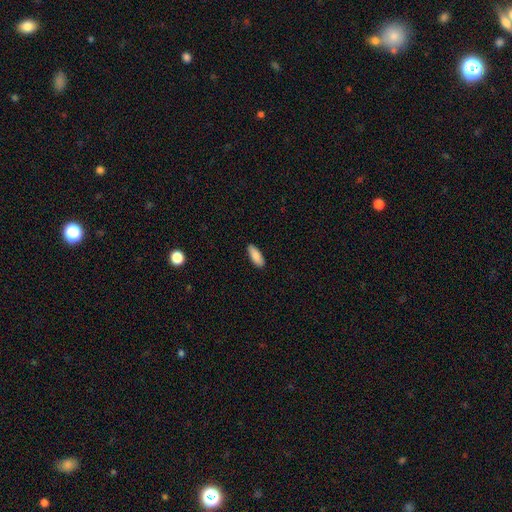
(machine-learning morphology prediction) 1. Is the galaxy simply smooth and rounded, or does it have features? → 88% smooth, 6% featured or disk, 6% star or artifact.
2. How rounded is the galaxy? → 71% in between, 27% cigar-shaped, 2% round.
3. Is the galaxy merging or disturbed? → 88% none, 9% minor disturbance, 2% major disturbance, 1% merger.